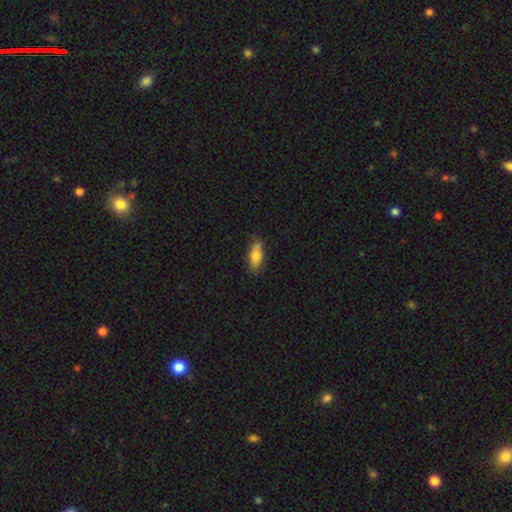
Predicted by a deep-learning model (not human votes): smooth_or_featured: smooth (p=0.75) [alt: featured or disk p=0.19]
how_rounded: in between (p=0.70) [alt: cigar-shaped p=0.27]
merging: none (p=0.80) [alt: minor disturbance p=0.16]